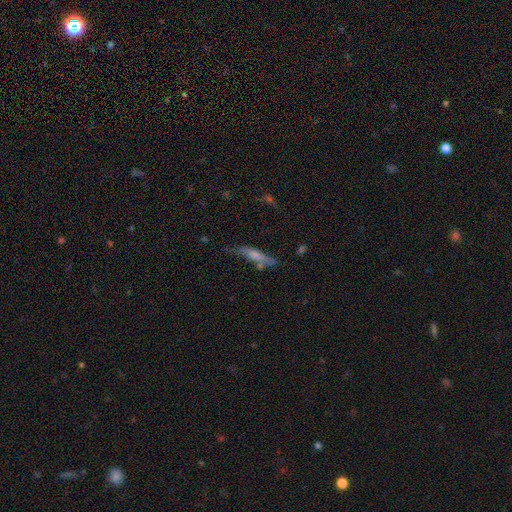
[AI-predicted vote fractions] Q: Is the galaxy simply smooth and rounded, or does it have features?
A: smooth — 54%.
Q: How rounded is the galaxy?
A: cigar-shaped — 77%.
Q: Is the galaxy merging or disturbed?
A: none — 51%.